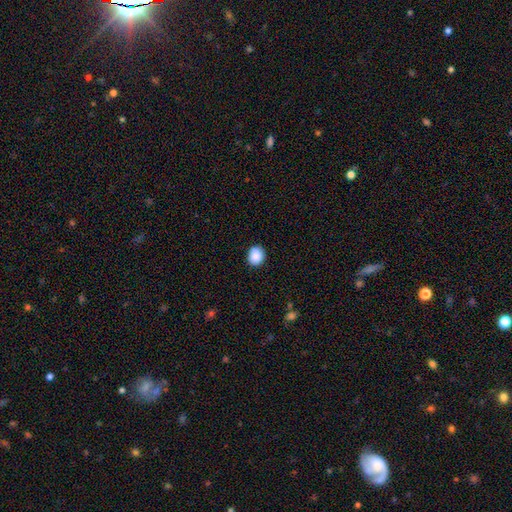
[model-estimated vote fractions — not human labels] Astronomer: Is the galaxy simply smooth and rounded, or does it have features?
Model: smooth — 89%.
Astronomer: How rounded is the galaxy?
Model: round — 70%.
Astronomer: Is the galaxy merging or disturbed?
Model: none — 87%.